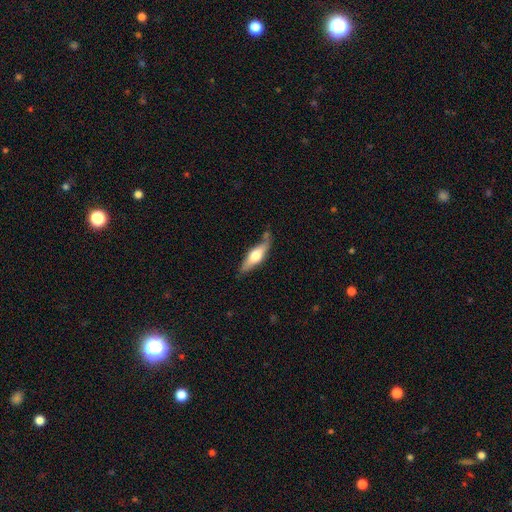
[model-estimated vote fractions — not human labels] Smooth or featured? smooth (51%)
How rounded? cigar-shaped (57%)
Merging? none (67%)